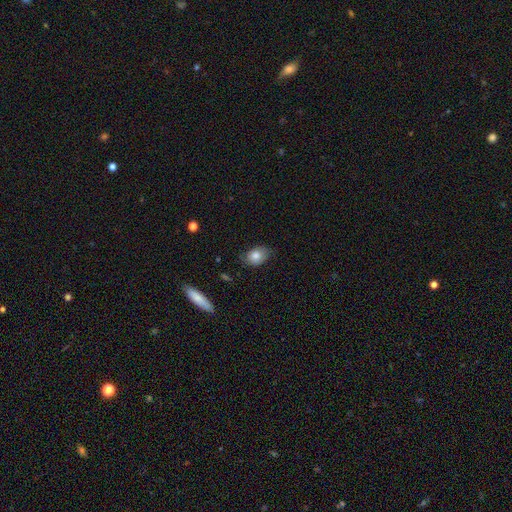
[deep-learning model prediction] This appears to be a smooth galaxy with no disk features (80%) that is in between round and cigar-shaped (78%). Merging: none (71%).